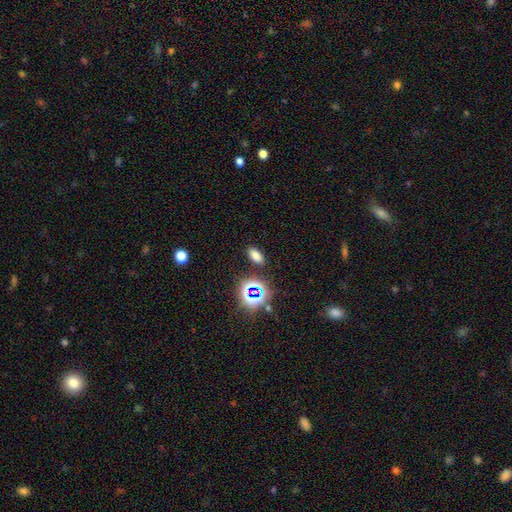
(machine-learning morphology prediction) type=smooth (70%); roundness=in between (85%); merging=none (87%).